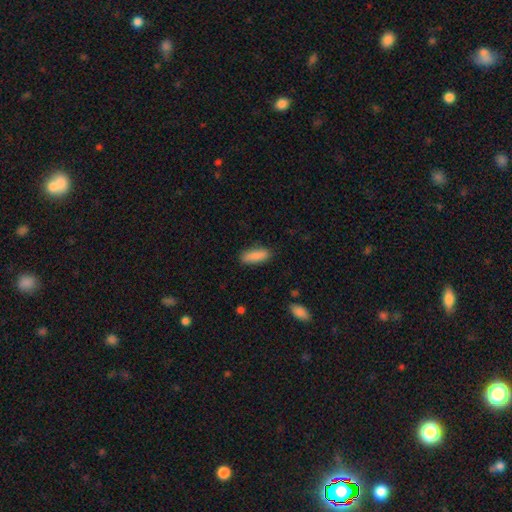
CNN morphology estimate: Smooth or featured? smooth (88%)
How rounded? in between (63%)
Merging? none (83%)